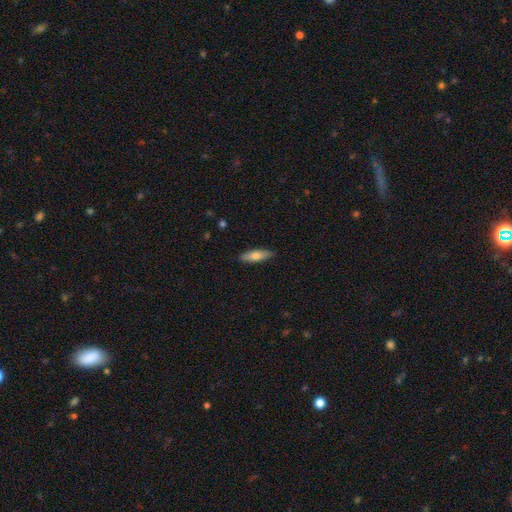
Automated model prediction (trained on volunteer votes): The model was most divided on "how rounded": in between: 50%, cigar-shaped: 48%, round: 2%. More confident: merging — none (88%); smooth or featured — smooth (71%).